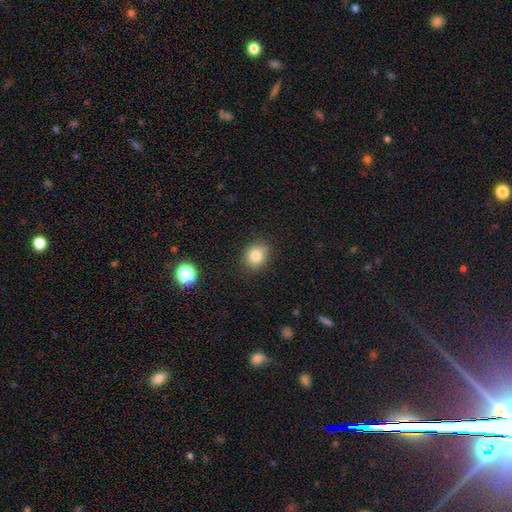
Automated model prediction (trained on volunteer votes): Smooth or featured: smooth — 81% (star or artifact — 12%)
How rounded: round — 77% (in between — 22%)
Merging: none — 83% (minor disturbance — 13%)